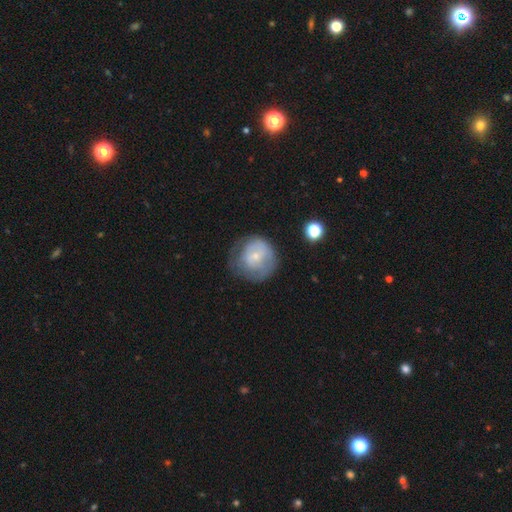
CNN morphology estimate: This appears to be a smooth galaxy with no disk features (51%) that is round (83%). Merging: none (50%).